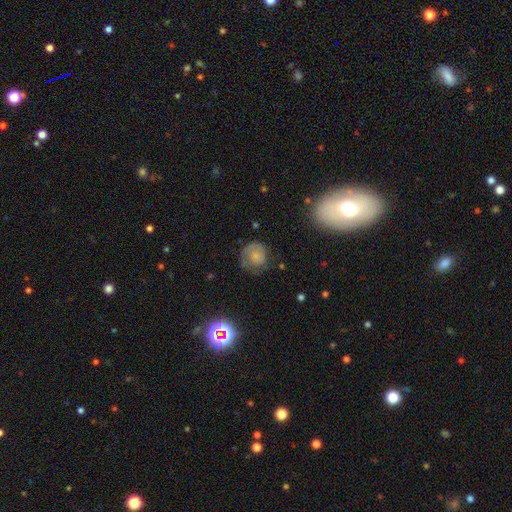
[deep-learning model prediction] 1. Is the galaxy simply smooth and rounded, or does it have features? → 49% smooth, 41% featured or disk, 10% star or artifact.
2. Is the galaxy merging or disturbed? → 55% none, 25% minor disturbance, 18% major disturbance, 2% merger.